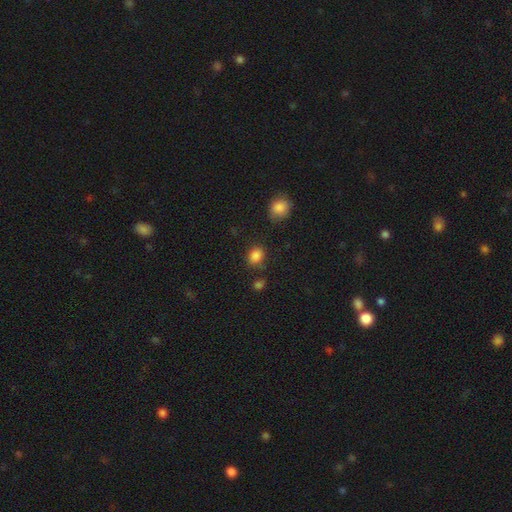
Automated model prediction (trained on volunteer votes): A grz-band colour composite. It shows a smooth galaxy with no disk features (85%) that is round (53%). Merging: none (74%).